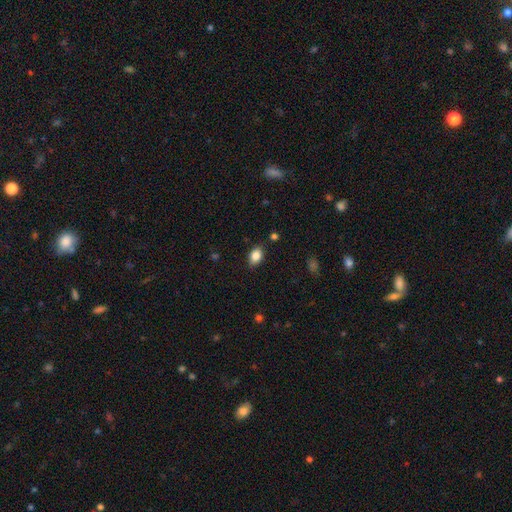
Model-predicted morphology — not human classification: Smooth or featured?
  - smooth: 84% *
  - star or artifact: 9%
  - featured or disk: 7%
How rounded?
  - in between: 84% *
  - round: 14%
  - cigar-shaped: 2%
Merging?
  - none: 84% *
  - minor disturbance: 12%
  - major disturbance: 3%
  - merger: 2%